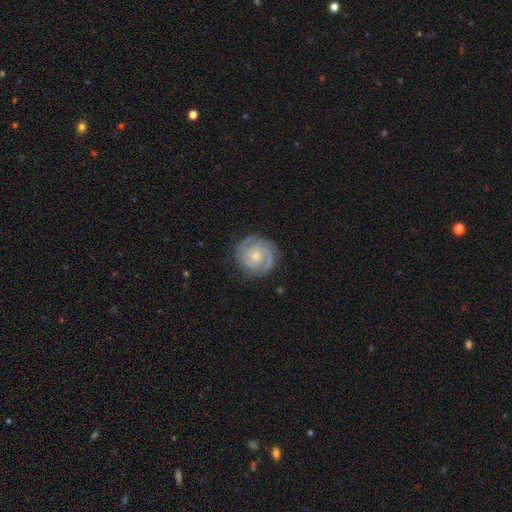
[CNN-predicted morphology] type=featured or disk (86%); edge-on=no (98%); bar=no (71%); spiral arms=yes (97%); winding=tight (71%); arm count=2 (53%); bulge=small (63%); merging=none (83%).